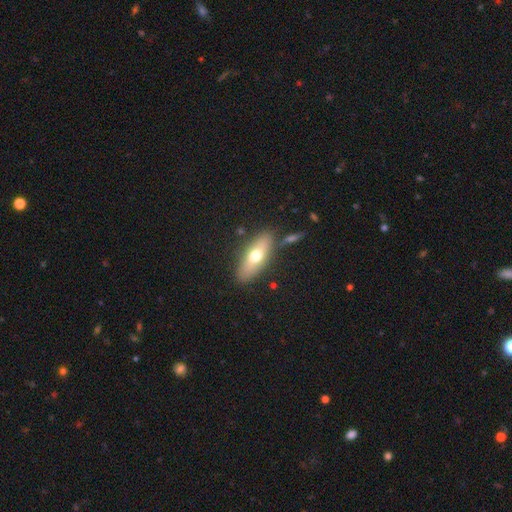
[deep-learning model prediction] This appears to be a smooth galaxy with no disk features (62%) that is in between round and cigar-shaped (67%). Merging: none (81%).